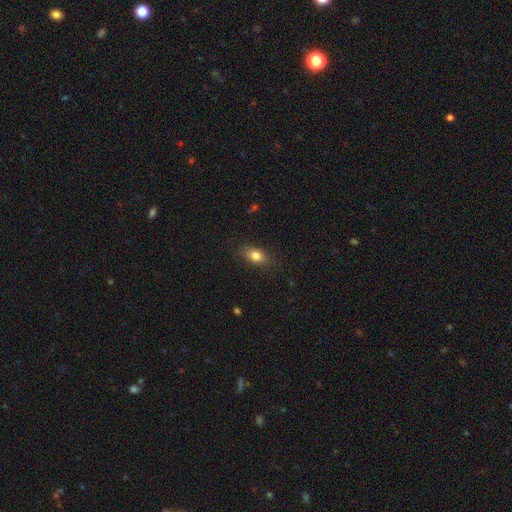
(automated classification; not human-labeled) The model was most divided on "how rounded": in between: 80%, round: 15%, cigar-shaped: 5%. More confident: merging — none (83%); smooth or featured — smooth (81%).